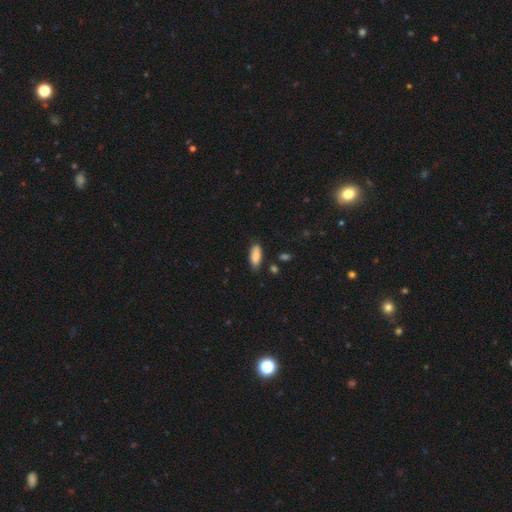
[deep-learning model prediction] Smooth or featured: smooth — 87% (featured or disk — 7%)
How rounded: in between — 80% (cigar-shaped — 18%)
Merging: none — 78% (minor disturbance — 16%)